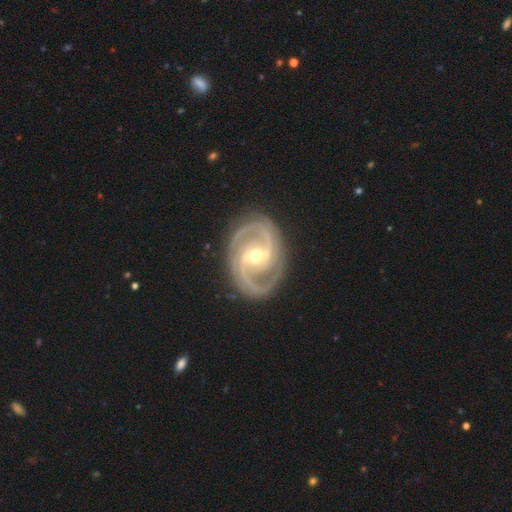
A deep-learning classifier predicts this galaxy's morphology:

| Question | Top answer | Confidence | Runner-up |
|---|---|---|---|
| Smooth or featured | featured or disk | 93% | star or artifact (4%) |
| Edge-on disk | no | 98% | yes (2%) |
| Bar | strong | 41% | weak (40%) |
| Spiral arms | yes | 98% | no (2%) |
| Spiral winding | medium | 56% | tight (35%) |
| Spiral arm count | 2 | 85% | 3 (8%) |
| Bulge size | moderate | 50% | small (47%) |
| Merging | none | 83% | minor disturbance (12%) |